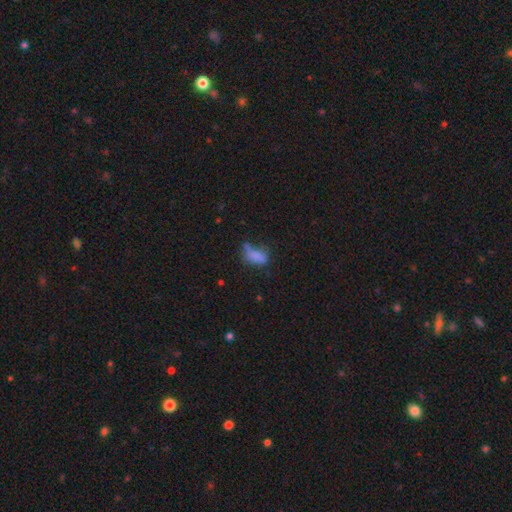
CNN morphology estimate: This is likely a smooth galaxy (71%). How rounded: clearly in between (84%). Merging: marginally major disturbance (32%).